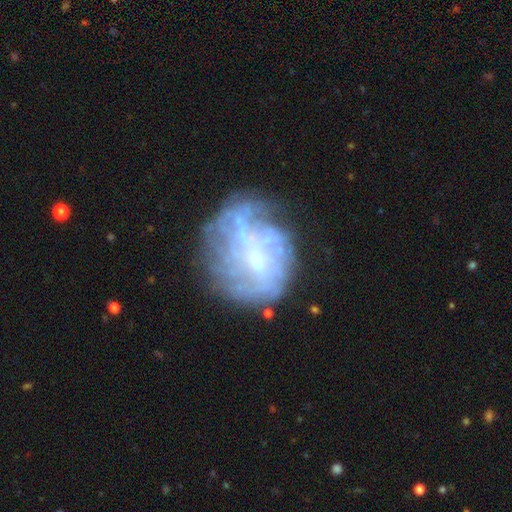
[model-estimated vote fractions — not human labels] Smooth or featured?
  - featured or disk: 63% *
  - smooth: 24%
  - star or artifact: 13%
Edge-on disk?
  - no: 98% *
  - yes: 2%
Bar?
  - no: 67% *
  - weak: 26%
  - strong: 7%
Spiral arms?
  - no: 65% *
  - yes: 35%
Bulge size?
  - none: 44% *
  - small: 28%
  - moderate: 24%
  - large: 3%
  - dominant: 1%
Merging?
  - none: 52% *
  - major disturbance: 23%
  - minor disturbance: 20%
  - merger: 5%